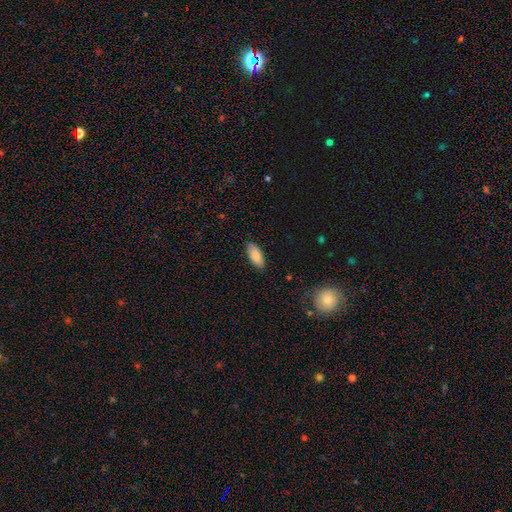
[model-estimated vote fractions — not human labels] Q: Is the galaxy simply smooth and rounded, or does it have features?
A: smooth — 85%.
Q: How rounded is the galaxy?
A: in between — 88%.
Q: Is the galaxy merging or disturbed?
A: none — 85%.